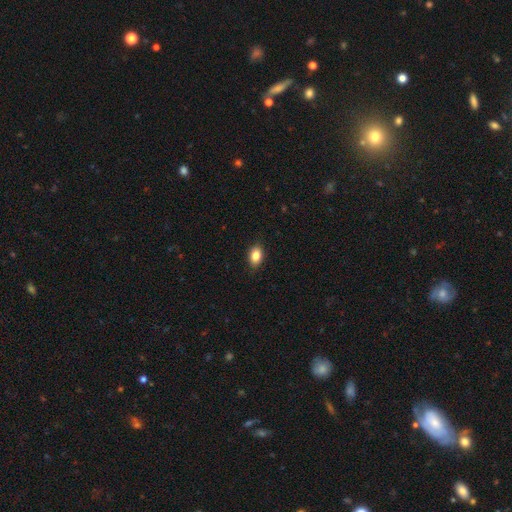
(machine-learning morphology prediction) Overall: smooth (85%). How rounded: in between (83%). Merging: none (87%).